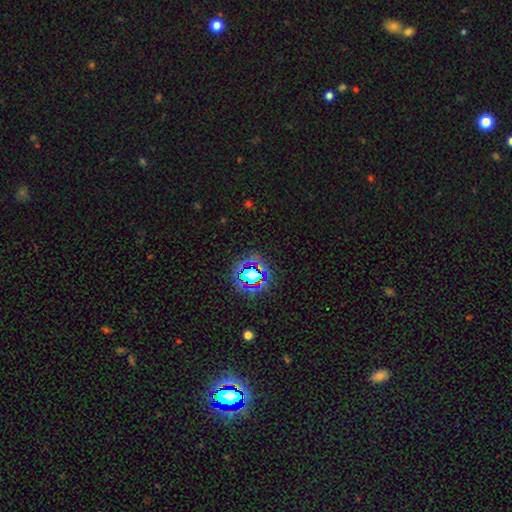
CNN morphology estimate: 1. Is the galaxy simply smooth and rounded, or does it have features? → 74% star or artifact, 18% smooth, 8% featured or disk.